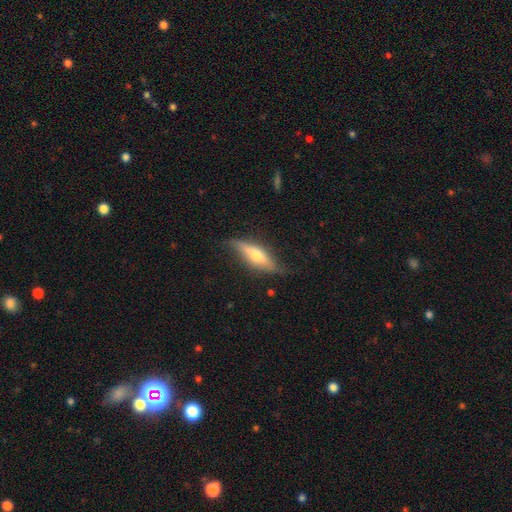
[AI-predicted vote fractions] Q: Smooth or featured?
A: featured or disk (53%); runner-up: smooth (41%)
Q: Edge-on disk?
A: yes (84%); runner-up: no (16%)
Q: Merging?
A: none (73%); runner-up: minor disturbance (20%)